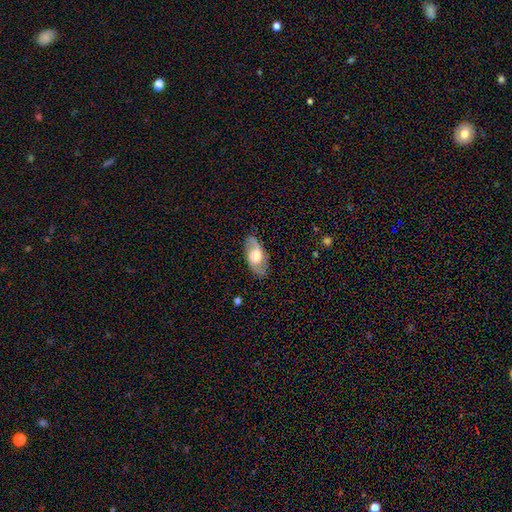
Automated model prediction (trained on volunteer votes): A featured or disk galaxy (51%).

Vote fractions:
- Smooth or featured? featured or disk: 51% / smooth: 43% / star or artifact: 6%
- Edge-on disk? no: 81% / yes: 19%
- Merging? none: 81% / minor disturbance: 14% / major disturbance: 4% / merger: 1%